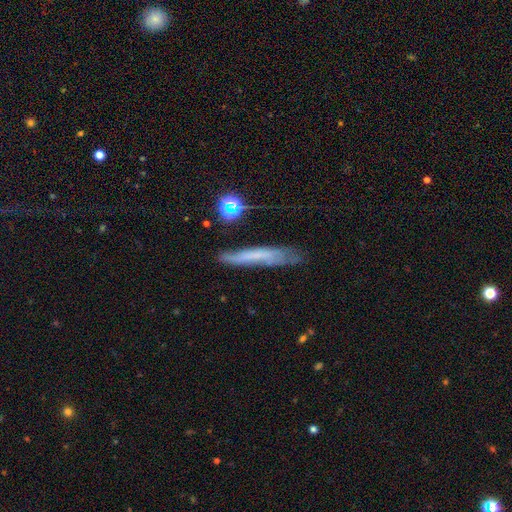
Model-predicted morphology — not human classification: The model was most divided on "smooth or featured": smooth: 46%, featured or disk: 44%, star or artifact: 10%. More confident: merging — none (60%).